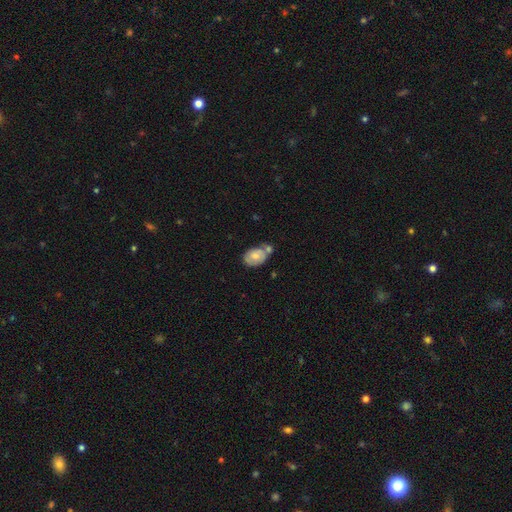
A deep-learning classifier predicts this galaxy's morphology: Smooth or featured?
  - smooth: 54% *
  - featured or disk: 39%
  - star or artifact: 7%
How rounded?
  - in between: 83% *
  - round: 16%
  - cigar-shaped: 1%
Merging?
  - none: 39% *
  - merger: 34%
  - minor disturbance: 20%
  - major disturbance: 7%